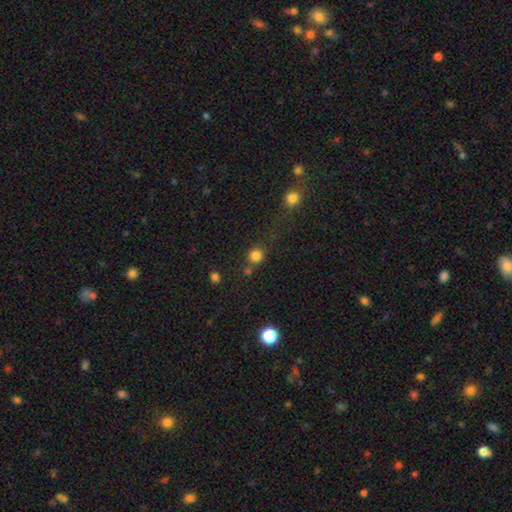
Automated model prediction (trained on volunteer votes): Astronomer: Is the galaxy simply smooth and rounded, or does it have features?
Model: smooth — 81%.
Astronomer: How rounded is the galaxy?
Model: round — 91%.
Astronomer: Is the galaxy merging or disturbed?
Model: none — 68%.